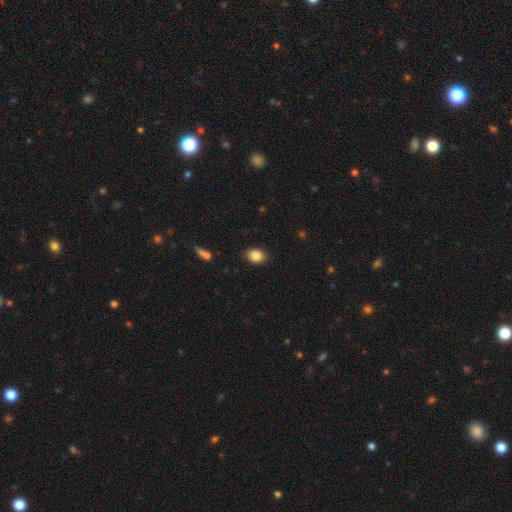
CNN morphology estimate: A smooth galaxy with no disk features (85%) that is in between round and cigar-shaped (74%). Merging: none (88%).